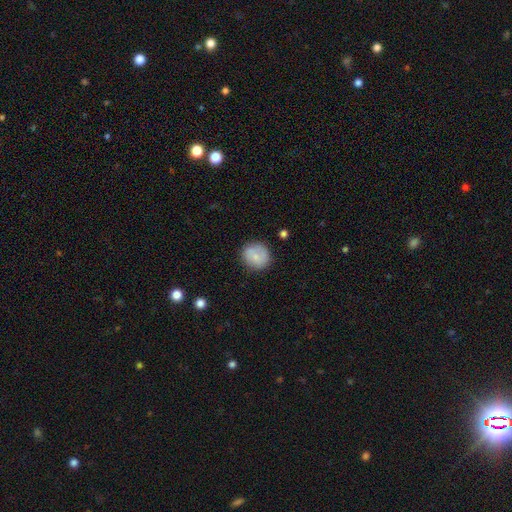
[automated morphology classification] type=smooth (75%); roundness=round (85%); merging=none (77%).